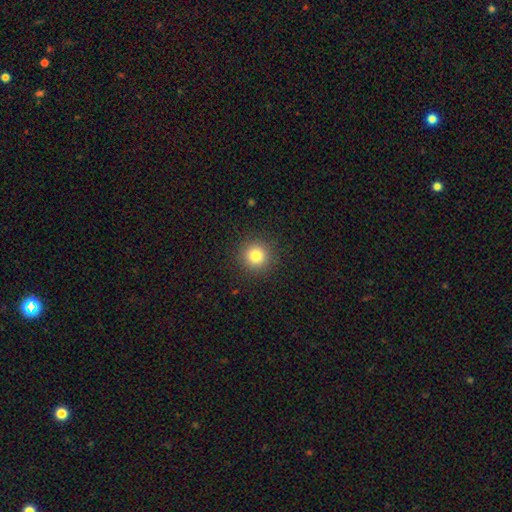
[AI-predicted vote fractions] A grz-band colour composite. It shows a smooth galaxy with no disk features (81%) that is round (95%). Merging: none (91%).